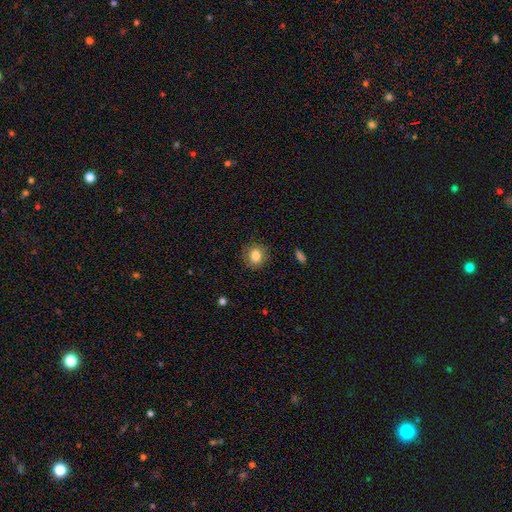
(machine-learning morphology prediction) A smooth galaxy with no disk features (83%) that is round (74%).

Vote fractions:
- Smooth or featured? smooth: 83% / star or artifact: 10% / featured or disk: 7%
- How rounded? round: 74% / in between: 25% / cigar-shaped: 1%
- Merging? none: 87% / minor disturbance: 9% / major disturbance: 3% / merger: 1%